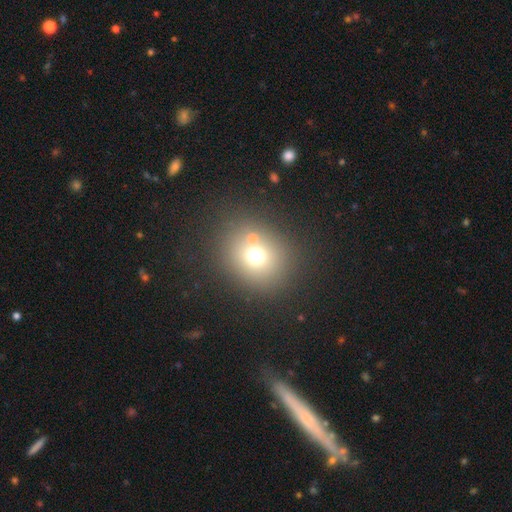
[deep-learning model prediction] Smooth or featured: smooth — 68% (star or artifact — 18%)
How rounded: round — 77% (in between — 22%)
Merging: none — 72% (merger — 15%)